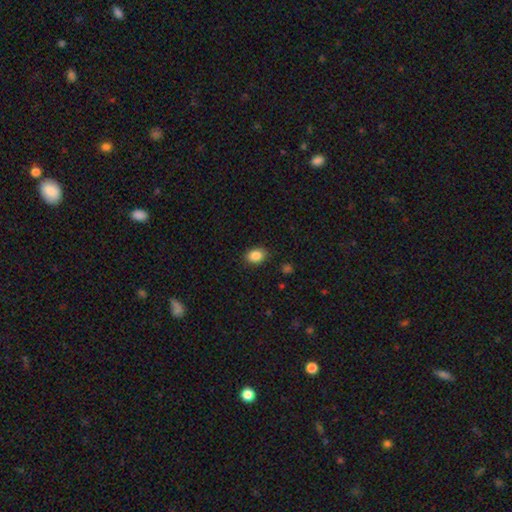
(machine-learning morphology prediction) Smooth or featured? Predicted: smooth (p=0.86). How rounded? Predicted: in between (p=0.63). Merging? Predicted: none (p=0.87).